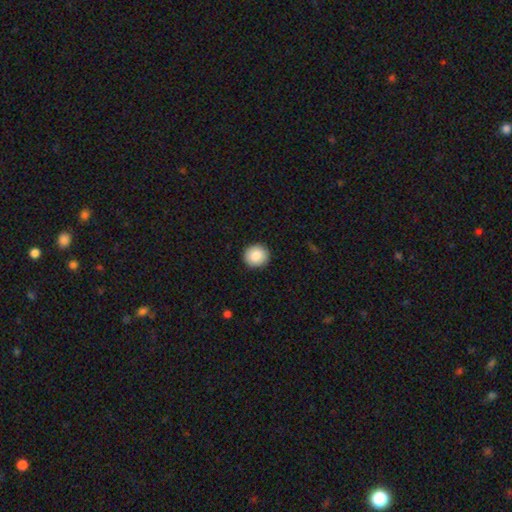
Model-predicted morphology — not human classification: Smooth or featured?
  - smooth: 86% *
  - star or artifact: 8%
  - featured or disk: 7%
How rounded?
  - round: 85% *
  - in between: 14%
  - cigar-shaped: 1%
Merging?
  - none: 92% *
  - minor disturbance: 5%
  - major disturbance: 2%
  - merger: 1%